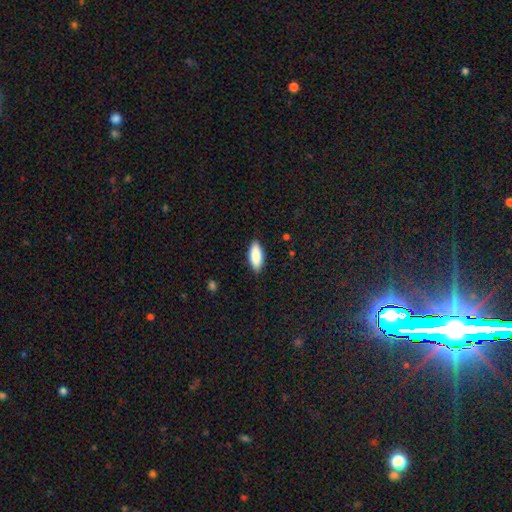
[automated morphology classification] Overall: smooth (88%). How rounded: in between (81%). Merging: none (88%).